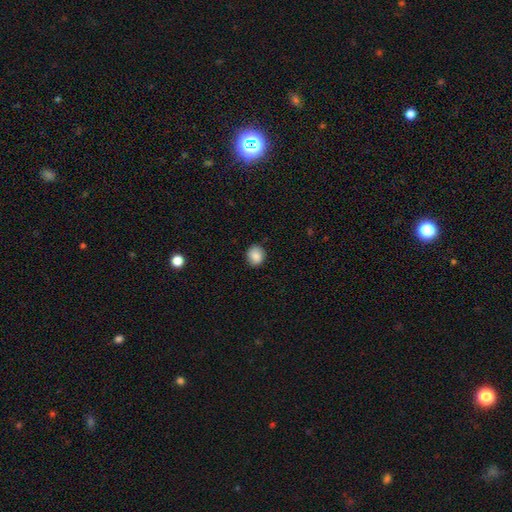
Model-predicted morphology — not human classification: smooth-or-featured: smooth: 87% | star or artifact: 9% | featured or disk: 5%
  how-rounded: round: 78% | in between: 21% | cigar-shaped: 1%
  merging: none: 87% | minor disturbance: 10% | major disturbance: 2% | merger: 1%